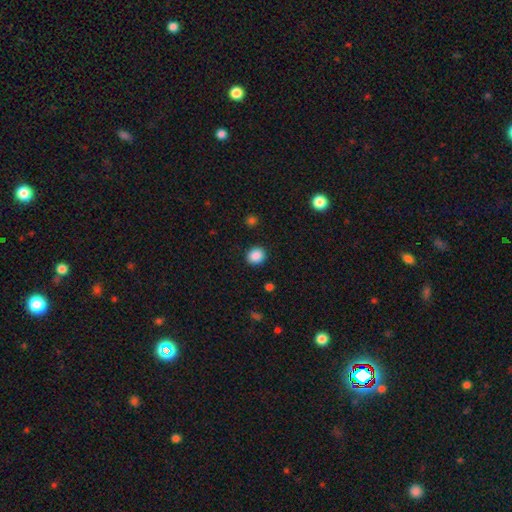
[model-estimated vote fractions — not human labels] A smooth galaxy with no disk features (88%) that is round (81%).

Vote fractions:
- Smooth or featured? smooth: 88% / star or artifact: 9% / featured or disk: 3%
- How rounded? round: 81% / in between: 18% / cigar-shaped: 1%
- Merging? none: 91% / minor disturbance: 6% / major disturbance: 2% / merger: 1%